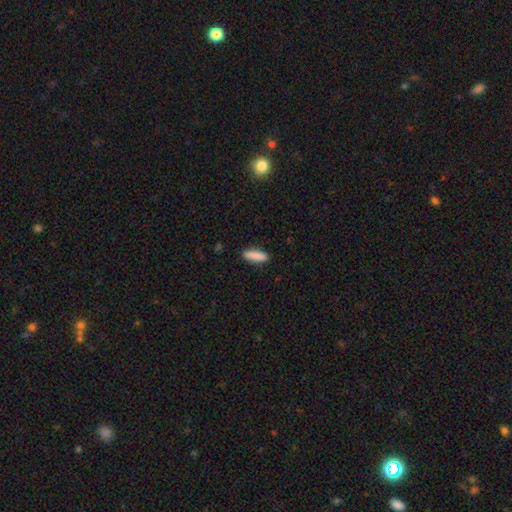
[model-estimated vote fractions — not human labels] Overall: smooth (88%). How rounded: cigar-shaped (64%; in between 34%). Merging: none (89%).